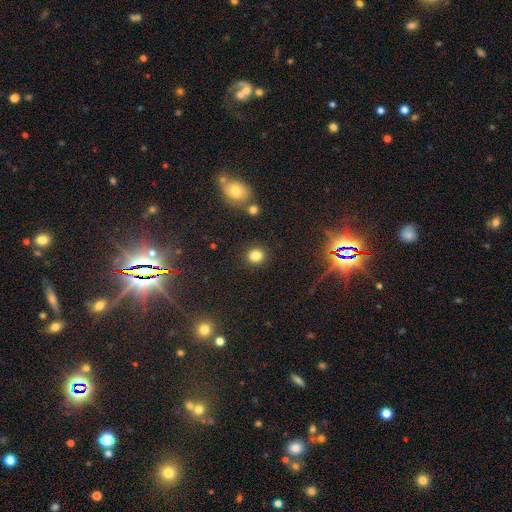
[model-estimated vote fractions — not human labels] Smooth or featured? smooth (83%)
How rounded? round (81%)
Merging? none (88%)